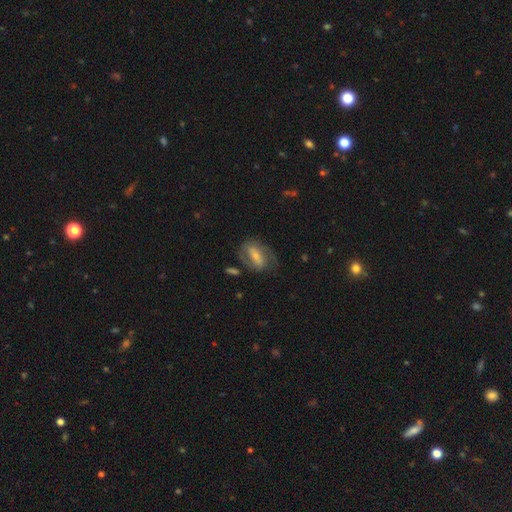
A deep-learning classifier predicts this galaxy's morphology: A featured or disk galaxy (59%) with a strong bar (47%), spiral arms (66%) and a small central bulge (52%). Merging: none (59%).